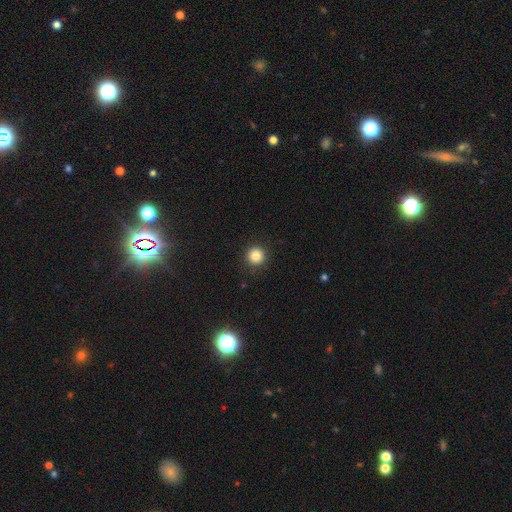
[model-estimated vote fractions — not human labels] Smooth or featured? Predicted: smooth (p=0.84). How rounded? Predicted: round (p=0.95). Merging? Predicted: none (p=0.91).